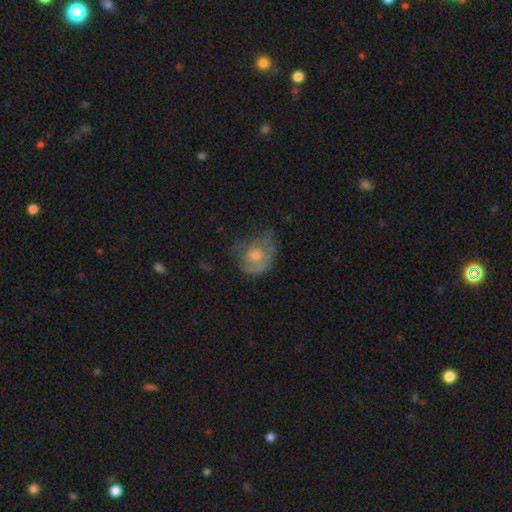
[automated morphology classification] This appears to be a featured or disk galaxy (49%). Merging: none (42%).